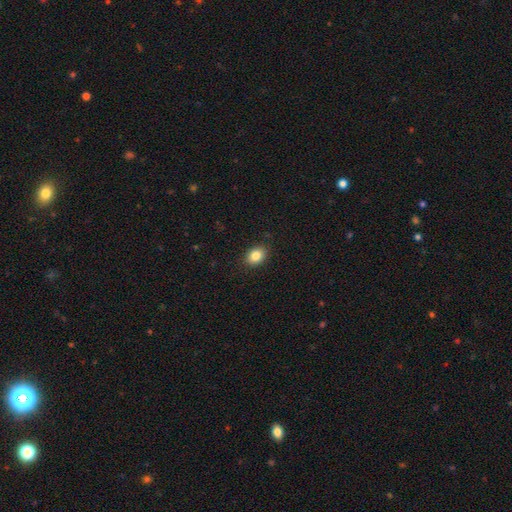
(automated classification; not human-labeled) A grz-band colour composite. It shows a smooth galaxy with no disk features (84%) that is in between round and cigar-shaped (66%). Merging: none (88%).